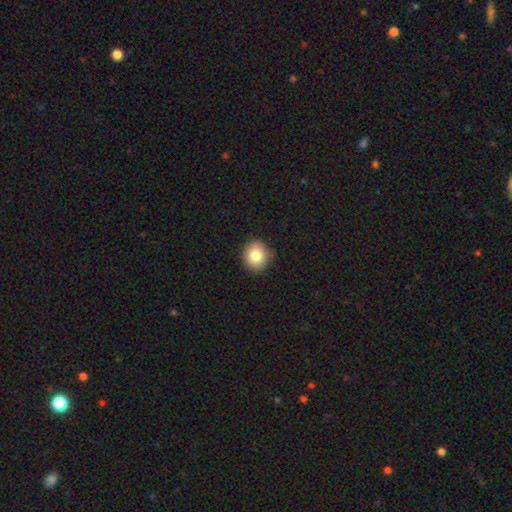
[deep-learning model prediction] smooth-or-featured: smooth: 80% | star or artifact: 10% | featured or disk: 9%
  how-rounded: round: 79% | in between: 20% | cigar-shaped: 1%
  merging: none: 83% | minor disturbance: 13% | major disturbance: 2% | merger: 1%